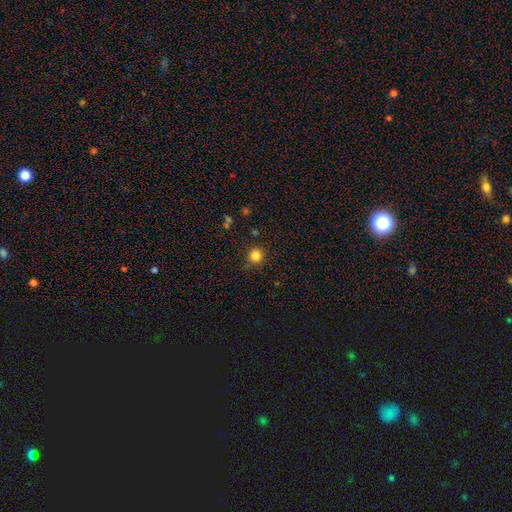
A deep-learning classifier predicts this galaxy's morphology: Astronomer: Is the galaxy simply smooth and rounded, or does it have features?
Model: smooth — 83%.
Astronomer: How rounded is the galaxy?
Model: round — 94%.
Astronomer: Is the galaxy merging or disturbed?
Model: none — 88%.